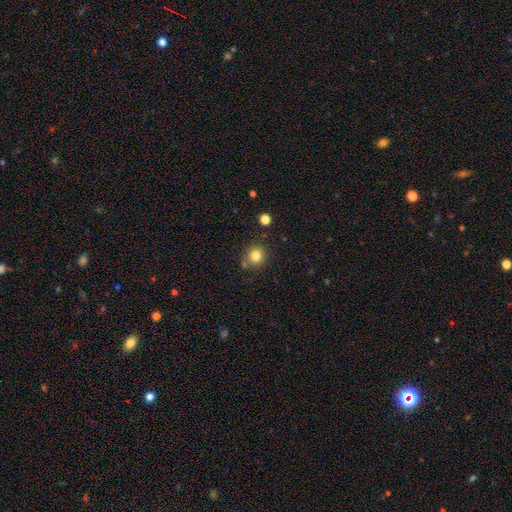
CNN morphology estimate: This is clearly a smooth galaxy (81%). How rounded: clearly round (90%). Merging: likely none (78%).